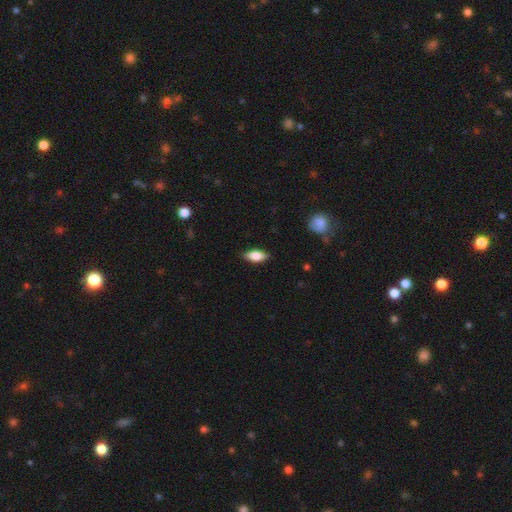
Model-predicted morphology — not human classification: This appears to be a smooth galaxy with no disk features (79%) that is in between round and cigar-shaped (84%). Merging: none (85%).